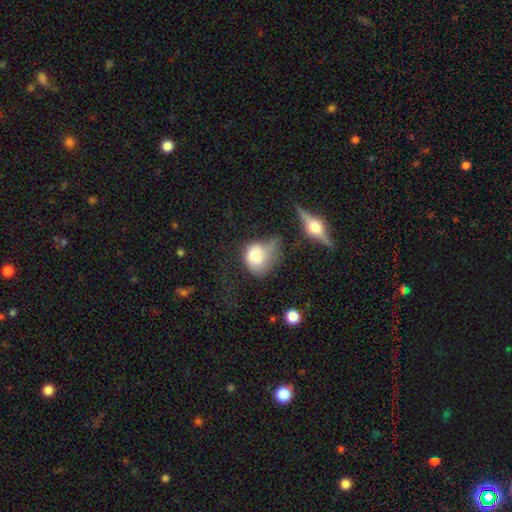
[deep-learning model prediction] Smooth or featured: smooth — 66% (featured or disk — 25%)
How rounded: in between — 61% (round — 37%)
Merging: major disturbance — 38% (minor disturbance — 25%)